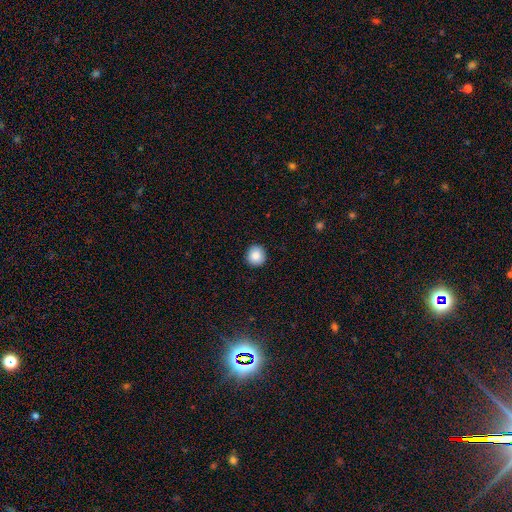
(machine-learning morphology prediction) This appears to be a smooth galaxy with no disk features (86%) that is round (91%). Merging: none (91%).